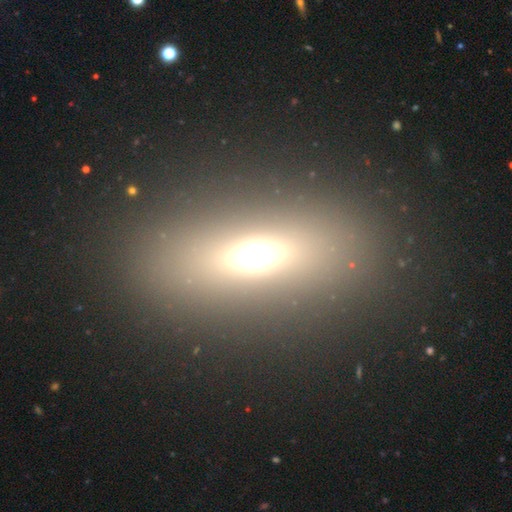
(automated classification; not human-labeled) A smooth galaxy with no disk features (51%) that is in between round and cigar-shaped (72%). Merging: none (85%).